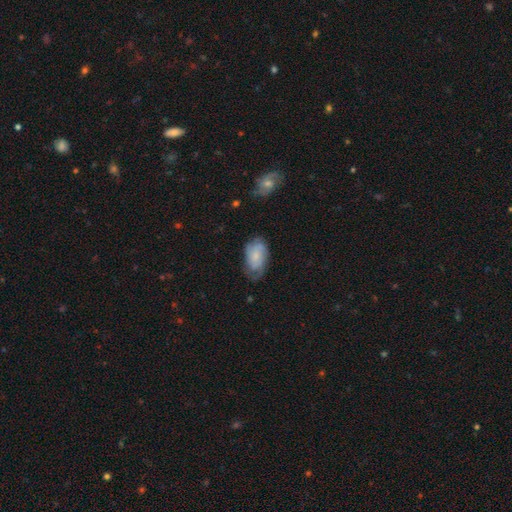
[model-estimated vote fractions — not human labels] A smooth galaxy with no disk features (49%). Merging: none (59%).